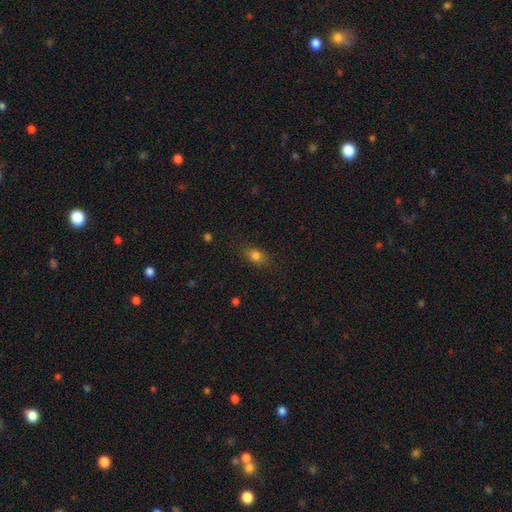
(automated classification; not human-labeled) Overall: smooth (80%). How rounded: in between (72%). Merging: none (82%).